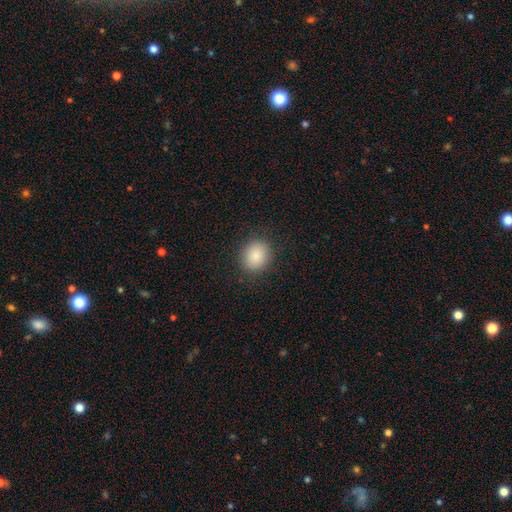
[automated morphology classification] smooth 88%, star or artifact 8%, featured or disk 4%. Down the decision tree: how rounded — round (69%); merging — none (88%).